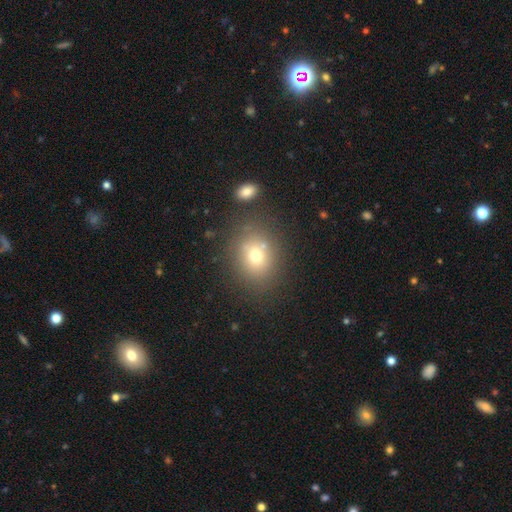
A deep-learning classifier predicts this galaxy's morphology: Q: Smooth or featured?
A: smooth (70%); runner-up: star or artifact (16%)
Q: How rounded?
A: round (59%); runner-up: in between (40%)
Q: Merging?
A: none (74%); runner-up: minor disturbance (12%)